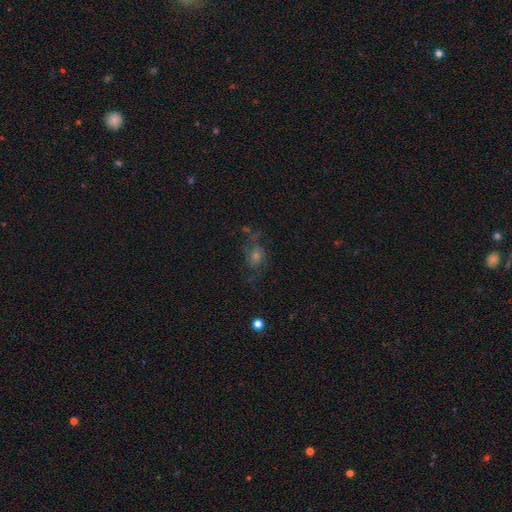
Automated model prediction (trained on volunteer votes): The model was most divided on "bulge size": moderate: 46%, small: 38%, large: 8%, none: 6%, dominant: 2%. More confident: edge-on disk — no (96%); spiral arms — yes (83%); bar — no (73%); merging — none (60%); smooth or featured — featured or disk (56%).